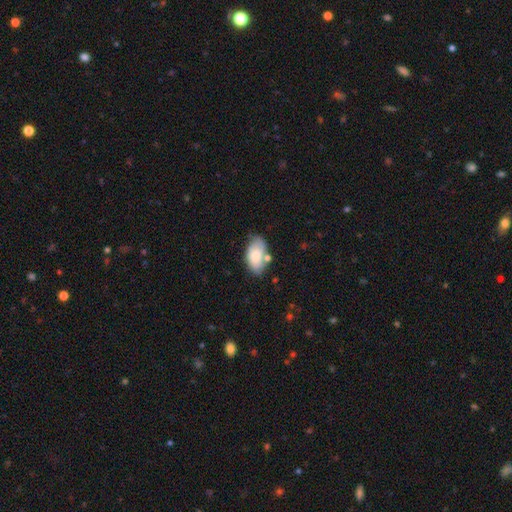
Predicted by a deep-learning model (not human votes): smooth-or-featured: smooth: 79% | featured or disk: 15% | star or artifact: 6%
  how-rounded: in between: 94% | round: 4% | cigar-shaped: 2%
  merging: none: 60% | minor disturbance: 24% | merger: 10% | major disturbance: 5%